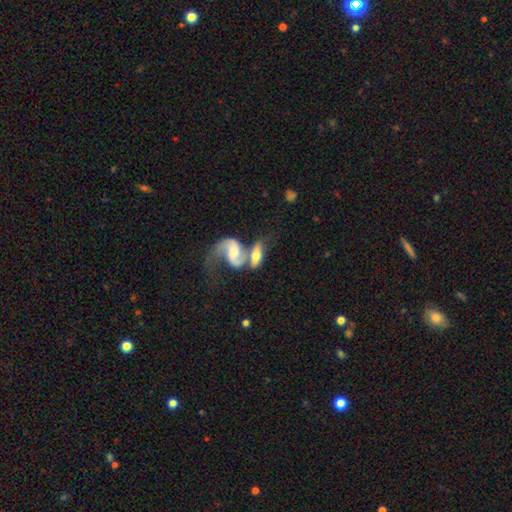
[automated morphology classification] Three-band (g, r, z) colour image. It shows a featured or disk galaxy (58%). Merging: merger (66%).